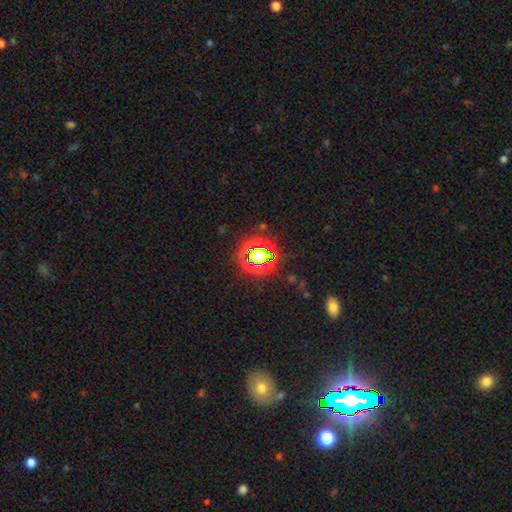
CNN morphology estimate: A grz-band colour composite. It shows a star or artifact, not a galaxy (62%).